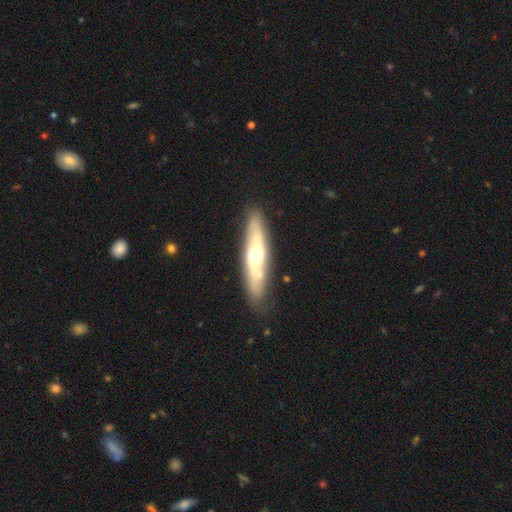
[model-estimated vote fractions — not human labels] Smooth or featured? Predicted: featured or disk (p=0.63). Edge-on disk? Predicted: no (p=0.51). Merging? Predicted: none (p=0.83).